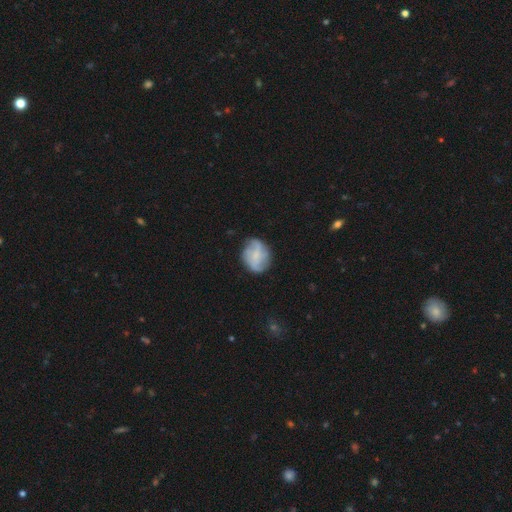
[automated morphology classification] Q: Smooth or featured?
A: smooth (47%); runner-up: featured or disk (45%)
Q: Merging?
A: none (67%); runner-up: minor disturbance (23%)